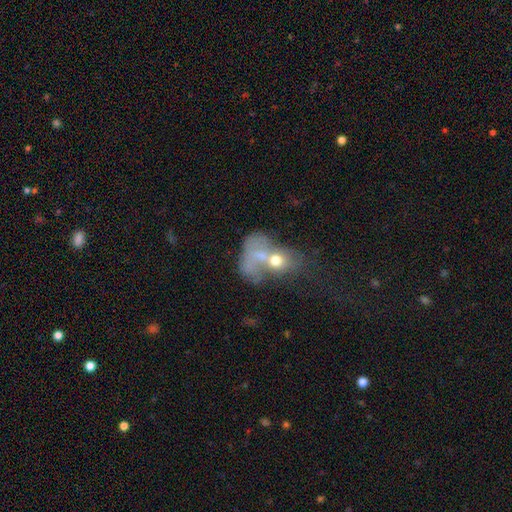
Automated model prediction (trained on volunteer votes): Smooth or featured? smooth (47%)
Merging? merger (69%)